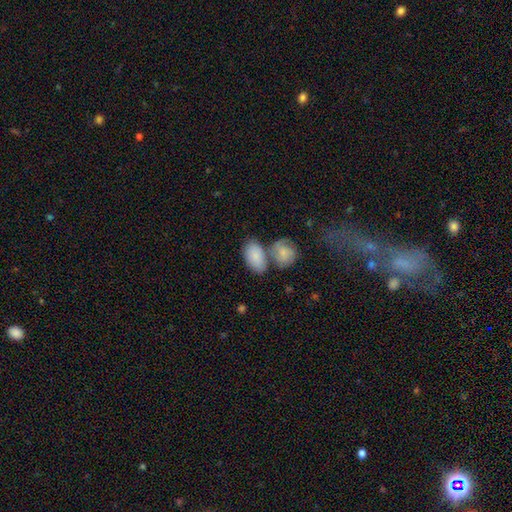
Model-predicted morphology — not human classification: Q: Smooth or featured?
A: smooth (81%); runner-up: featured or disk (13%)
Q: How rounded?
A: in between (90%); runner-up: round (8%)
Q: Merging?
A: none (42%); runner-up: merger (38%)